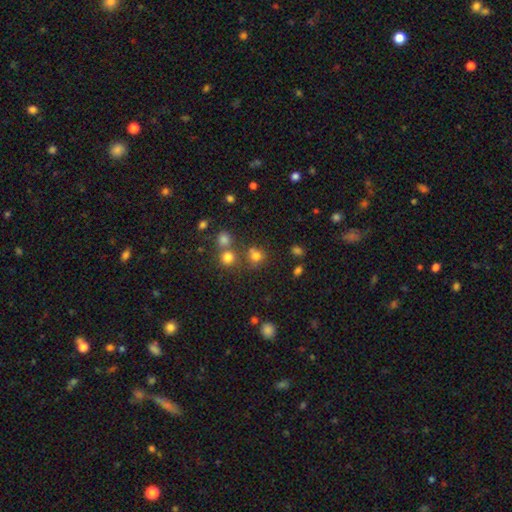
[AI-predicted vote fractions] The model was most divided on "merging": none: 64%, merger: 21%, minor disturbance: 10%, major disturbance: 5%. More confident: how rounded — round (85%); smooth or featured — smooth (73%).